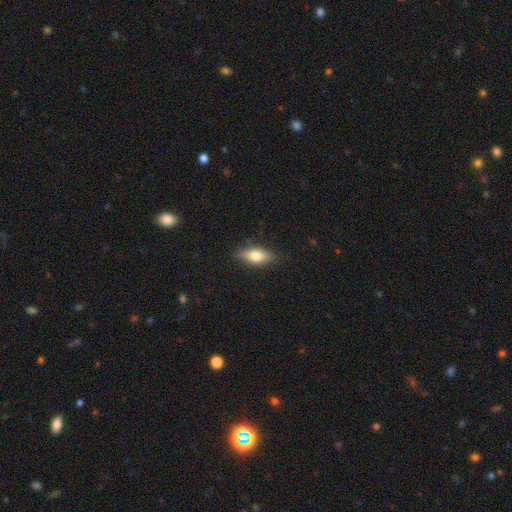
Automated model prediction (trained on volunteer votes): A smooth galaxy with no disk features (69%) that is in between round and cigar-shaped (74%).

Vote fractions:
- Smooth or featured? smooth: 69% / featured or disk: 24% / star or artifact: 7%
- How rounded? in between: 74% / cigar-shaped: 22% / round: 4%
- Merging? none: 84% / minor disturbance: 12% / major disturbance: 3% / merger: 1%